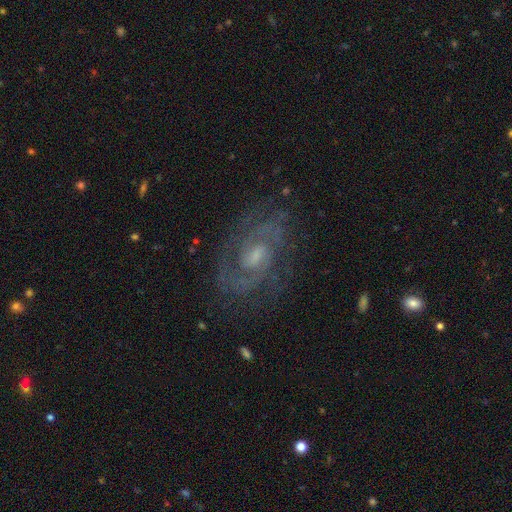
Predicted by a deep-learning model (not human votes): Smooth or featured?
  - featured or disk: 87% *
  - star or artifact: 6%
  - smooth: 6%
Edge-on disk?
  - no: 97% *
  - yes: 3%
Bar?
  - weak: 56% *
  - no: 32%
  - strong: 11%
Spiral arms?
  - yes: 96% *
  - no: 4%
Spiral winding?
  - tight: 49% *
  - medium: 43%
  - loose: 8%
Spiral arm count?
  - 2: 67% *
  - can't tell: 15%
  - 3: 9%
  - 4: 3%
  - 1: 3%
  - more than 4: 3%
Bulge size?
  - moderate: 43% *
  - small: 42%
  - none: 10%
  - large: 5%
  - dominant: 1%
Merging?
  - none: 76% *
  - minor disturbance: 16%
  - major disturbance: 8%
  - merger: 1%